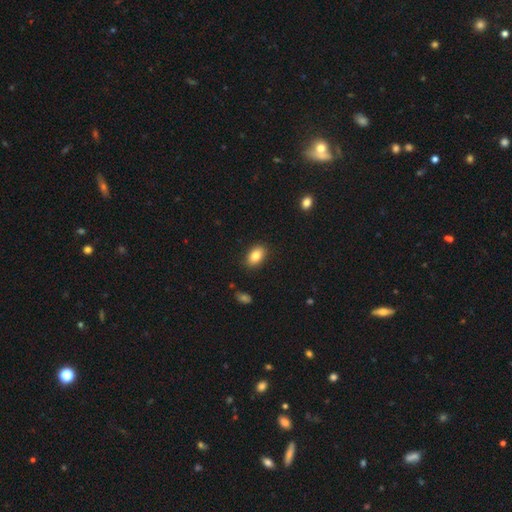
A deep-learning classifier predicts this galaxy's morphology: smooth 84%, star or artifact 8%, featured or disk 8%. Down the decision tree: how rounded — in between (87%); merging — none (88%).